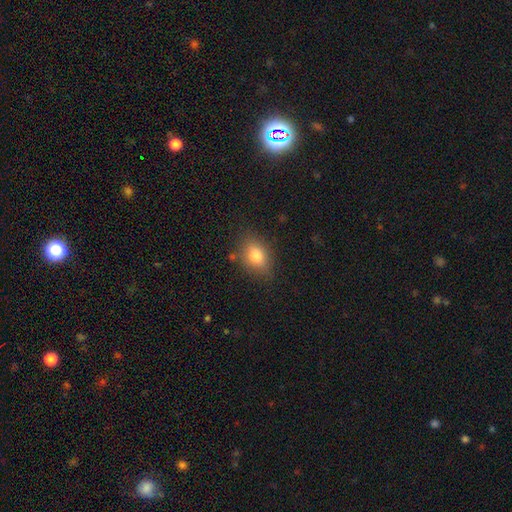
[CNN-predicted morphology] Smooth or featured?
  - smooth: 78% *
  - featured or disk: 12%
  - star or artifact: 10%
How rounded?
  - in between: 72% *
  - round: 25%
  - cigar-shaped: 2%
Merging?
  - none: 78% *
  - minor disturbance: 16%
  - major disturbance: 4%
  - merger: 2%